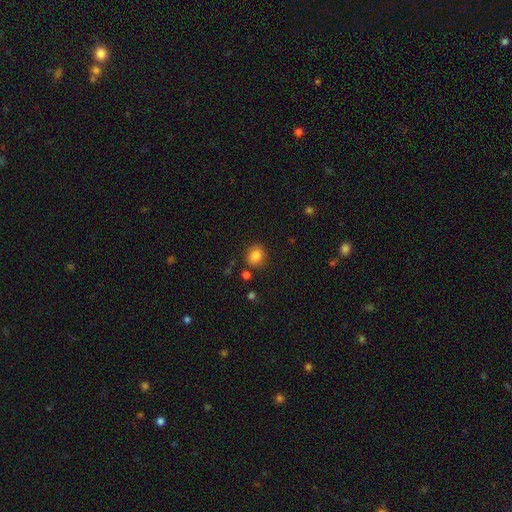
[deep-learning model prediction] This appears to be a smooth galaxy with no disk features (83%) that is round (70%). Merging: none (84%).